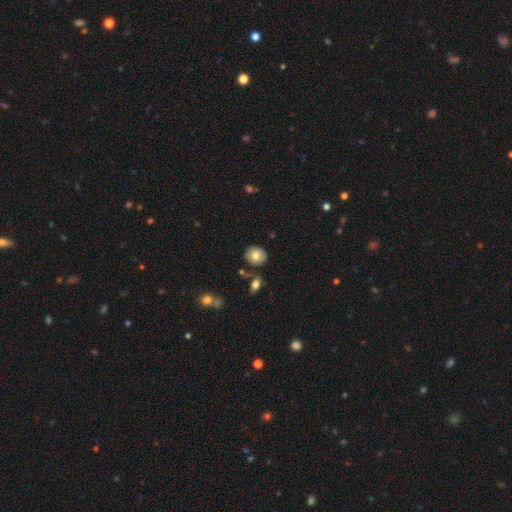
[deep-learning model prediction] Smooth or featured?
  - smooth: 73% *
  - featured or disk: 20%
  - star or artifact: 8%
How rounded?
  - round: 74% *
  - in between: 25%
  - cigar-shaped: 1%
Merging?
  - none: 85% *
  - minor disturbance: 9%
  - merger: 4%
  - major disturbance: 2%